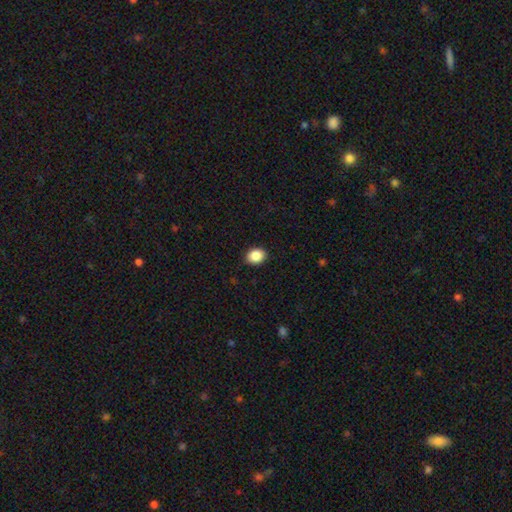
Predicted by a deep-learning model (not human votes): smooth 88%, star or artifact 8%, featured or disk 4%. Down the decision tree: how rounded — in between (54%); merging — none (89%).